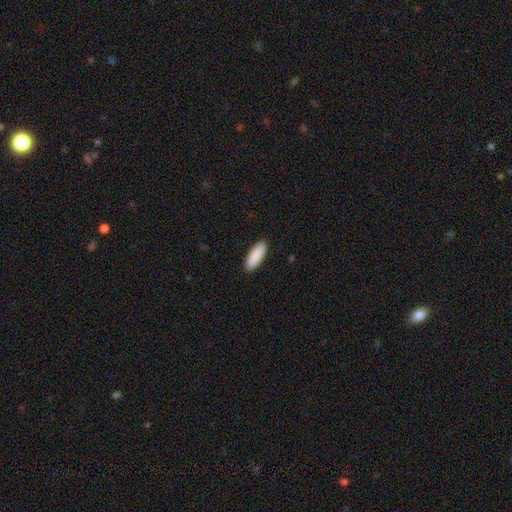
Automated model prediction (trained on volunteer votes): A smooth galaxy with no disk features (91%) that is in between round and cigar-shaped (70%). Merging: none (91%).